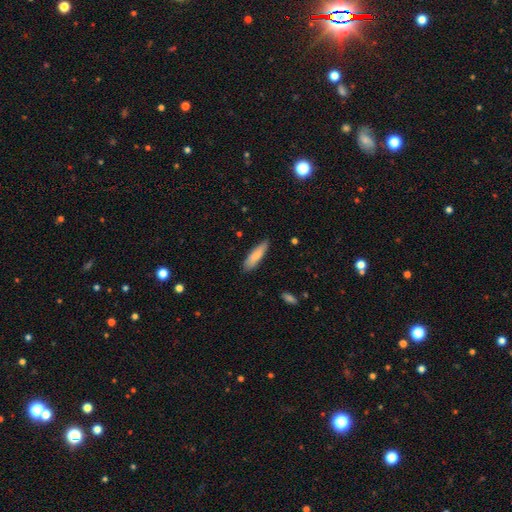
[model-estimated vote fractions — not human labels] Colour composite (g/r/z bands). It shows a smooth galaxy with no disk features (80%) that is cigar-shaped (61%). Merging: none (81%).